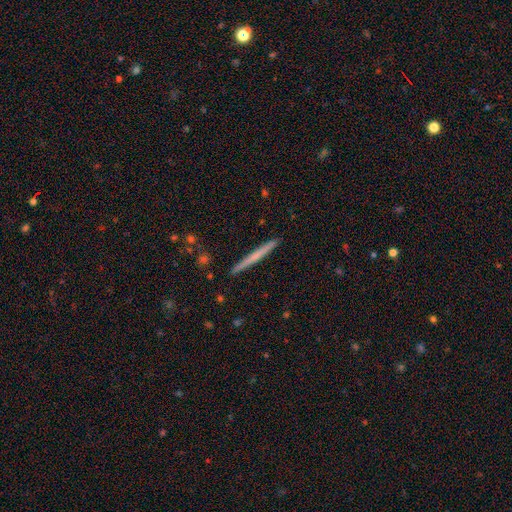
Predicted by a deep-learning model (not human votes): smooth 53%, featured or disk 42%, star or artifact 5%. Down the decision tree: how rounded — cigar-shaped (97%); merging — none (92%).